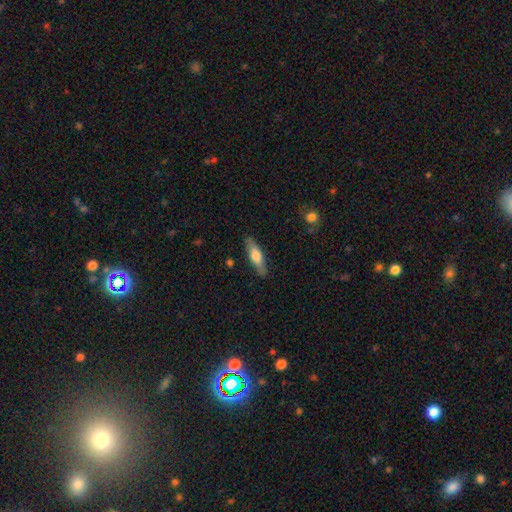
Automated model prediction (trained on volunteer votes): Smooth or featured?
  - smooth: 55% *
  - featured or disk: 40%
  - star or artifact: 6%
How rounded?
  - cigar-shaped: 66% *
  - in between: 32%
  - round: 2%
Merging?
  - none: 86% *
  - minor disturbance: 10%
  - major disturbance: 2%
  - merger: 1%